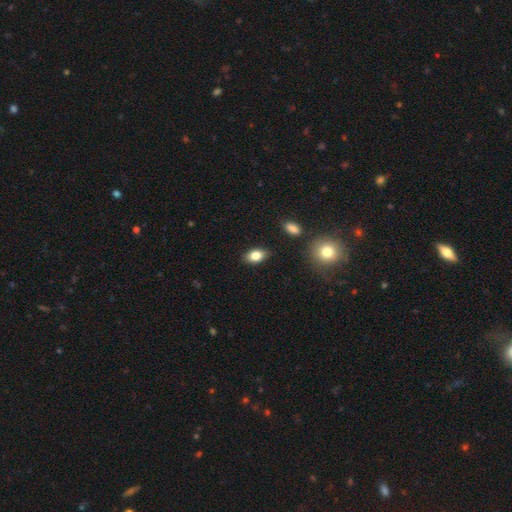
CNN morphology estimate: smooth-or-featured: smooth: 83% | featured or disk: 9% | star or artifact: 8%
  how-rounded: in between: 86% | round: 11% | cigar-shaped: 3%
  merging: none: 86% | minor disturbance: 10% | major disturbance: 2% | merger: 2%